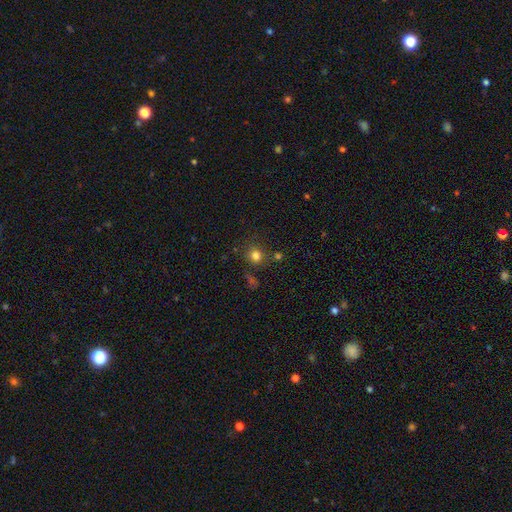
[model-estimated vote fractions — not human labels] Smooth or featured: smooth — 77% (star or artifact — 16%)
How rounded: round — 84% (in between — 15%)
Merging: none — 78% (minor disturbance — 11%)